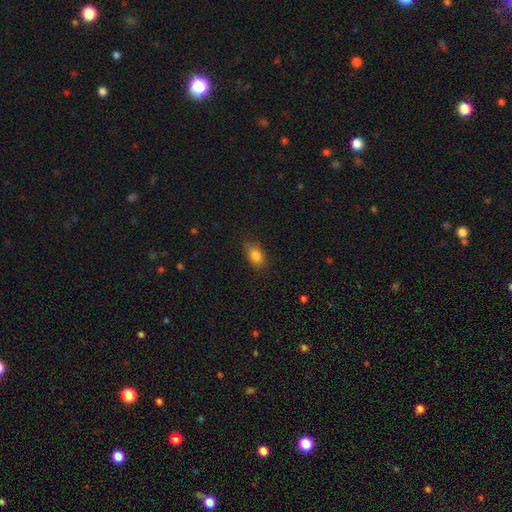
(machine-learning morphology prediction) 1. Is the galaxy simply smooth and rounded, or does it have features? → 83% smooth, 10% star or artifact, 7% featured or disk.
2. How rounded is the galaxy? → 74% in between, 24% round, 2% cigar-shaped.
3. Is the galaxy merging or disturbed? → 71% none, 23% minor disturbance, 5% major disturbance, 1% merger.